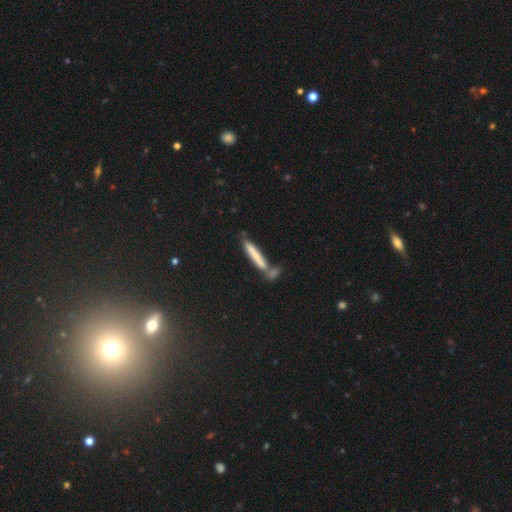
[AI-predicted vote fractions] Q: Smooth or featured?
A: smooth (70%); runner-up: featured or disk (22%)
Q: How rounded?
A: cigar-shaped (92%); runner-up: in between (6%)
Q: Merging?
A: none (54%); runner-up: merger (28%)